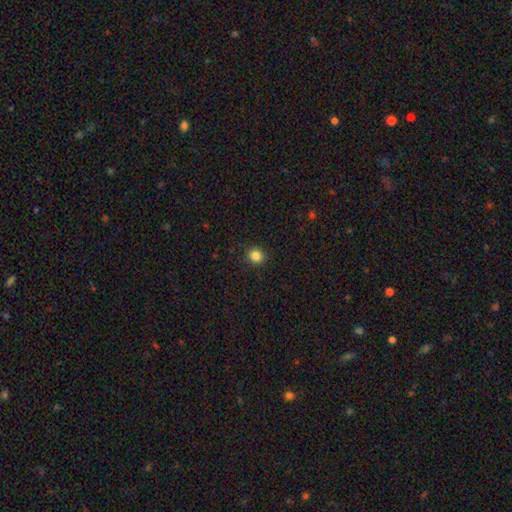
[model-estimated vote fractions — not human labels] smooth-or-featured: smooth: 85% | star or artifact: 11% | featured or disk: 4%
  how-rounded: round: 87% | in between: 12% | cigar-shaped: 1%
  merging: none: 91% | minor disturbance: 6% | major disturbance: 2% | merger: 1%